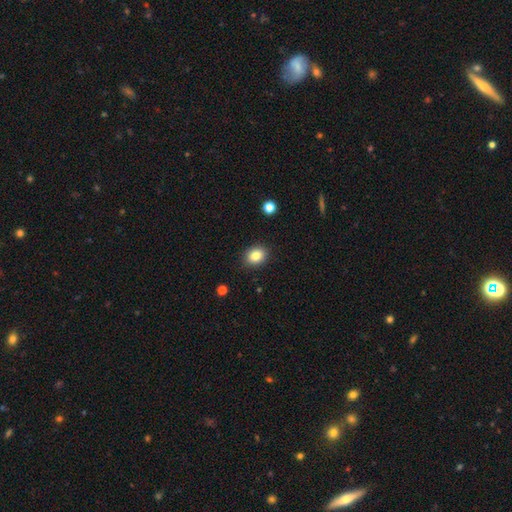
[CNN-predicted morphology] A smooth galaxy with no disk features (84%) that is in between round and cigar-shaped (51%).

Vote fractions:
- Smooth or featured? smooth: 84% / star or artifact: 10% / featured or disk: 6%
- How rounded? in between: 51% / round: 48% / cigar-shaped: 1%
- Merging? none: 89% / minor disturbance: 8% / major disturbance: 2% / merger: 1%